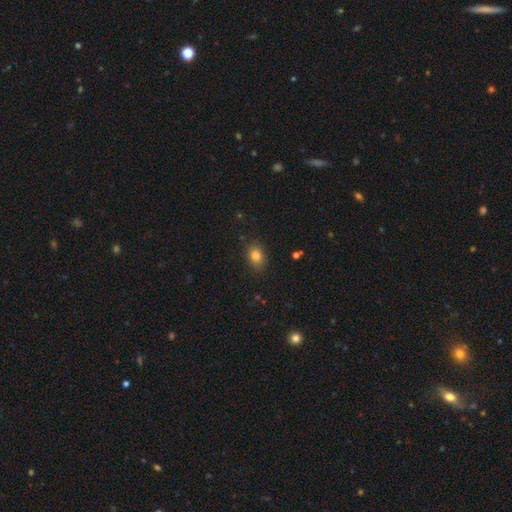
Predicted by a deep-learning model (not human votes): Morphology: type=smooth (82%); roundness=in between (70%); merging=none (85%).